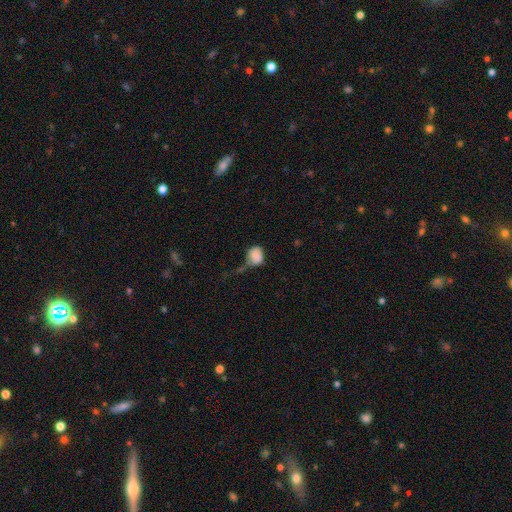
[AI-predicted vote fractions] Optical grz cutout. It shows a smooth galaxy with no disk features (82%) that is round (56%). Merging: none (32%).